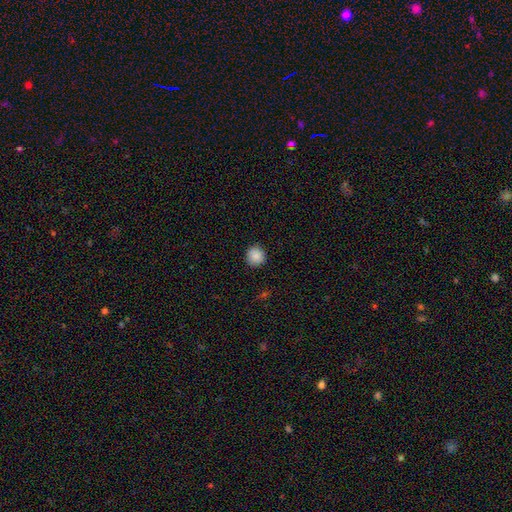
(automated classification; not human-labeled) This appears to be a smooth galaxy with no disk features (88%) that is round (92%). Merging: none (90%).